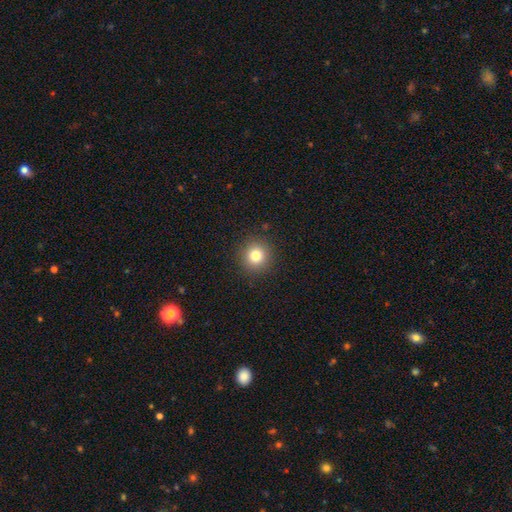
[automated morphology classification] type=smooth (80%); roundness=round (94%); merging=none (91%).